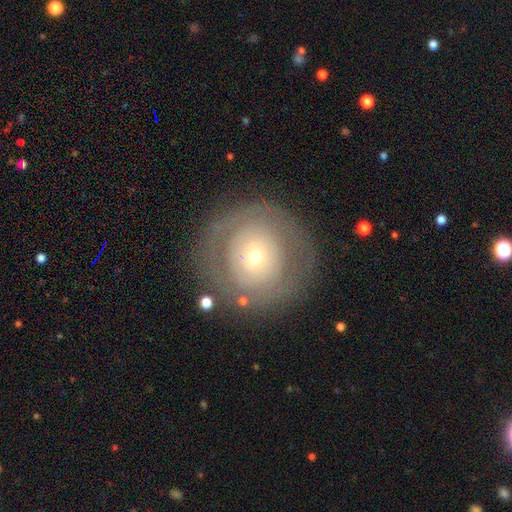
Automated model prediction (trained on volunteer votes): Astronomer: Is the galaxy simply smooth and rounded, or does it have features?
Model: featured or disk — 48% (runner-up: smooth, 44%).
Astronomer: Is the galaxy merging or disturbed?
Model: none — 81%.